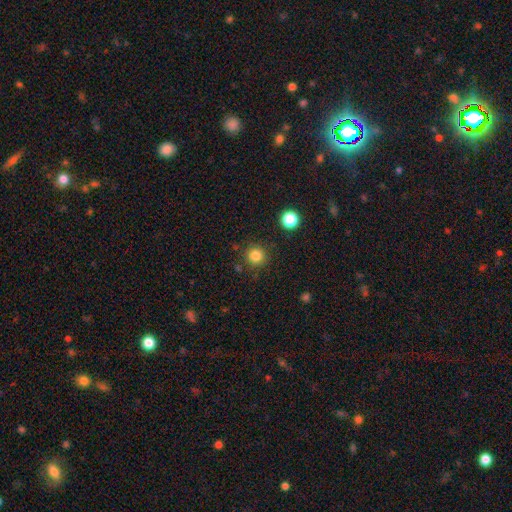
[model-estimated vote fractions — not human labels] smooth-or-featured: smooth: 83% | star or artifact: 12% | featured or disk: 5%
  how-rounded: round: 94% | in between: 5% | cigar-shaped: 1%
  merging: none: 87% | minor disturbance: 7% | major disturbance: 3% | merger: 3%